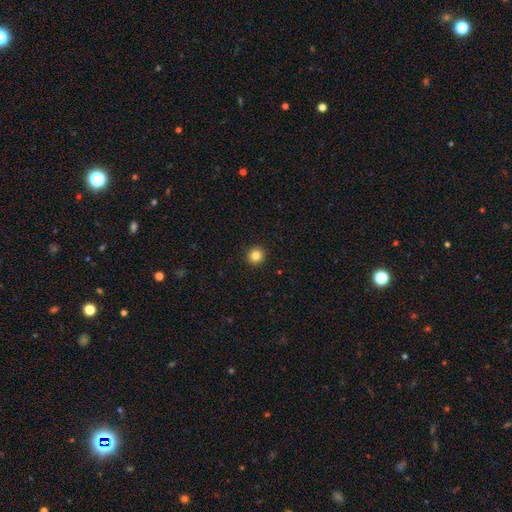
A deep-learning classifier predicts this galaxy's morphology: smooth 84%, star or artifact 11%, featured or disk 5%. Down the decision tree: how rounded — round (93%); merging — none (93%).